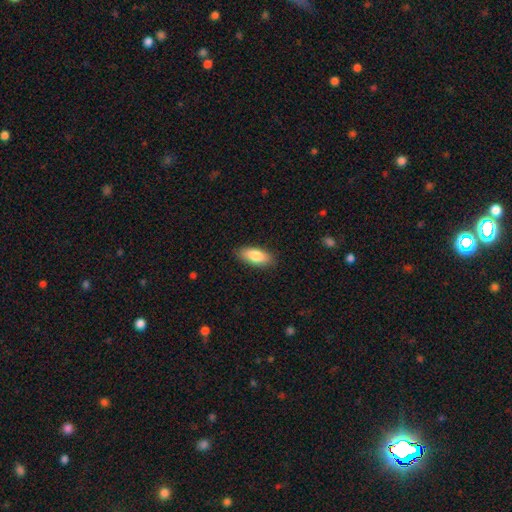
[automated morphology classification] Smooth or featured?
  - smooth: 84% *
  - featured or disk: 10%
  - star or artifact: 6%
How rounded?
  - in between: 84% *
  - cigar-shaped: 14%
  - round: 2%
Merging?
  - none: 87% *
  - minor disturbance: 10%
  - major disturbance: 2%
  - merger: 1%